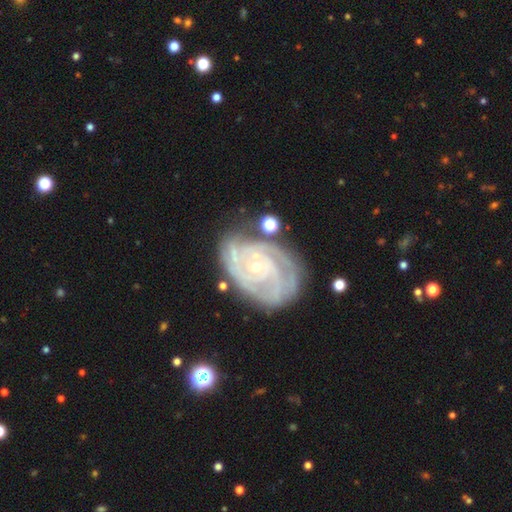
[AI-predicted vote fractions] smooth-or-featured: featured or disk: 86% | smooth: 8% | star or artifact: 6%
  disk-edge-on: no: 97% | yes: 3%
    bar: no: 74% | weak: 20% | strong: 6%
    has-spiral-arms: yes: 95% | no: 5%
      spiral-winding: tight: 74% | medium: 22% | loose: 4%
      spiral-arm-count: can't tell: 29% | 3: 23% | 2: 23% | 4: 13% | more than 4: 7% | 1: 6%
    bulge-size: small: 83% | moderate: 12% | none: 2% | large: 1% | dominant: 1%
  merging: none: 66% | minor disturbance: 21% | major disturbance: 9% | merger: 4%